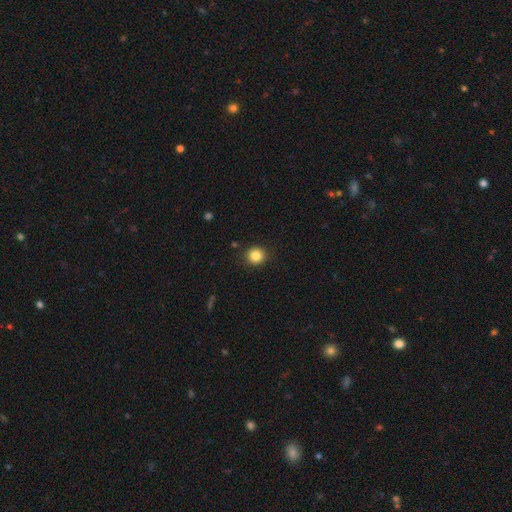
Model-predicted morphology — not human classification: smooth_or_featured: smooth (p=0.84) [alt: star or artifact p=0.11]
how_rounded: round (p=0.90) [alt: in between p=0.09]
merging: none (p=0.90) [alt: minor disturbance p=0.06]